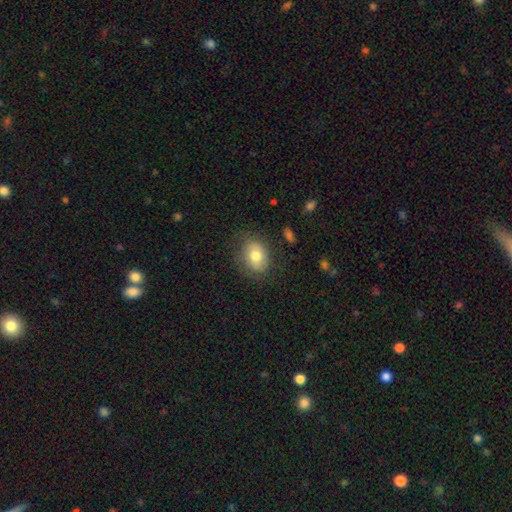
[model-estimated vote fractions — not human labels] Overall: smooth (73%). How rounded: in between (57%; round 42%). Merging: none (73%).